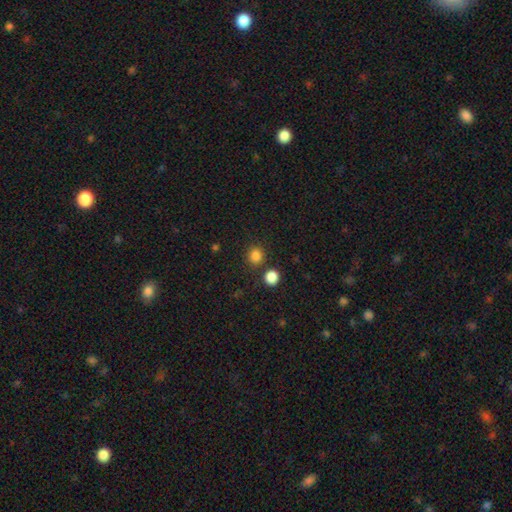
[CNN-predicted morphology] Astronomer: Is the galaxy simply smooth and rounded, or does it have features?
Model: smooth — 84%.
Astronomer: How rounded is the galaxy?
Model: round — 85%.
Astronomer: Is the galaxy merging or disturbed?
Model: none — 80%.